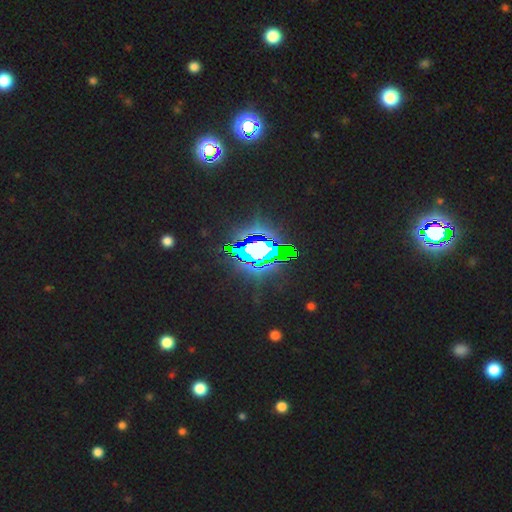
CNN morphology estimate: Q: Smooth or featured?
A: star or artifact (75%); runner-up: smooth (13%)